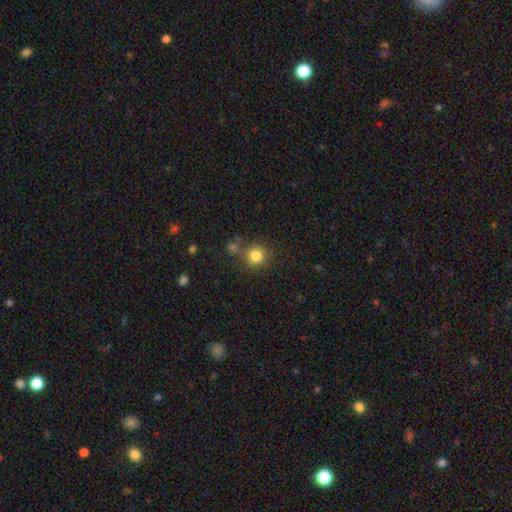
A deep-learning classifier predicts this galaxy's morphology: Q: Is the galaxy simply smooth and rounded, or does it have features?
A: smooth — 83%.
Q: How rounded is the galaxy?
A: round — 91%.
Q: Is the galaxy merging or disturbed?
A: none — 75%.